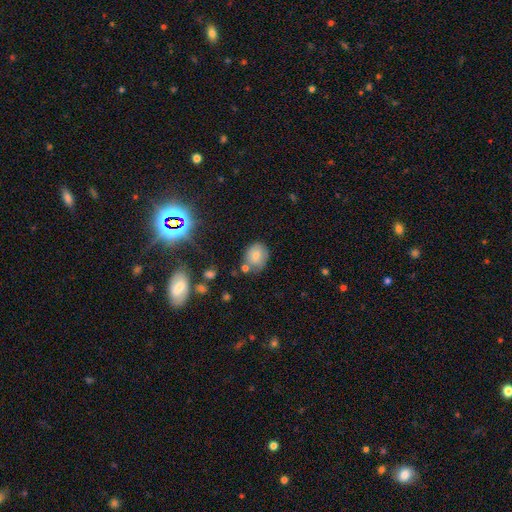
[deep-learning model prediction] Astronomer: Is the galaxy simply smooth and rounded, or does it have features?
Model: smooth — 76%.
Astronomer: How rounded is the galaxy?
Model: round — 59% (runner-up: in between, 40%).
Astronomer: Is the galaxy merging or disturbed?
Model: none — 64%.